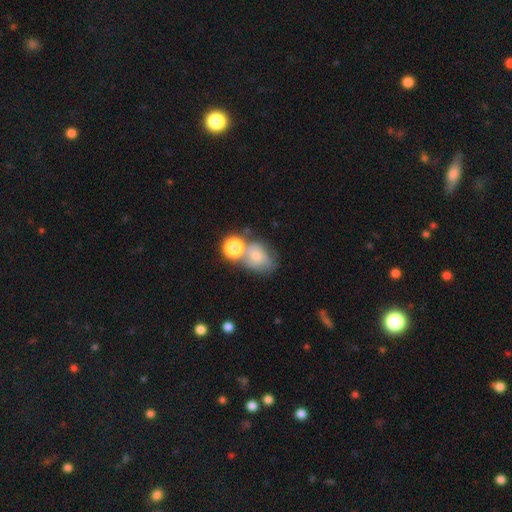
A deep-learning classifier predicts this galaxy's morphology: smooth_or_featured: smooth (p=0.60) [alt: featured or disk p=0.27]
how_rounded: in between (p=0.55) [alt: round p=0.43]
merging: merger (p=0.37) [alt: none p=0.33]